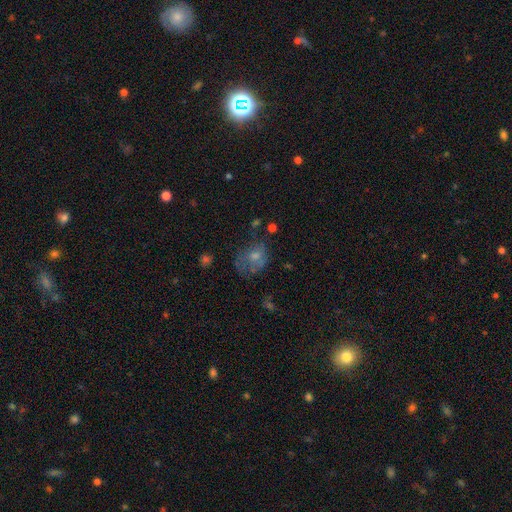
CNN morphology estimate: This is possibly a smooth galaxy (50%). How rounded: possibly in between (50%). Merging: marginally none (44%).